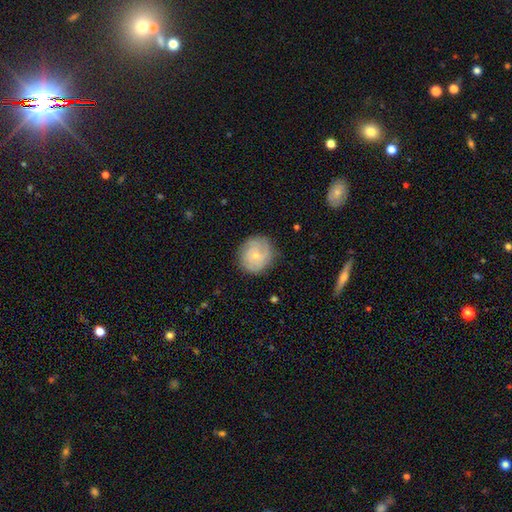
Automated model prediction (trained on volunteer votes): smooth-or-featured: featured or disk: 56% | smooth: 36% | star or artifact: 8%
  disk-edge-on: no: 98% | yes: 2%
    bar: no: 79% | weak: 18% | strong: 3%
    has-spiral-arms: yes: 84% | no: 16%
    bulge-size: small: 70% | moderate: 27% | none: 2% | large: 1% | dominant: 1%
  merging: none: 80% | minor disturbance: 14% | major disturbance: 4% | merger: 1%